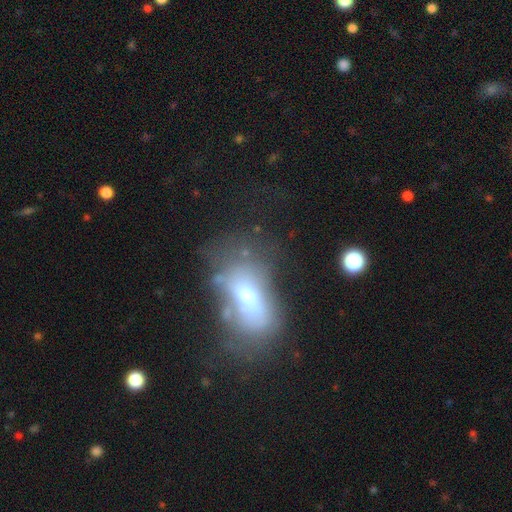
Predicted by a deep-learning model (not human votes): Smooth or featured? featured or disk (44%)
Merging? none (49%)